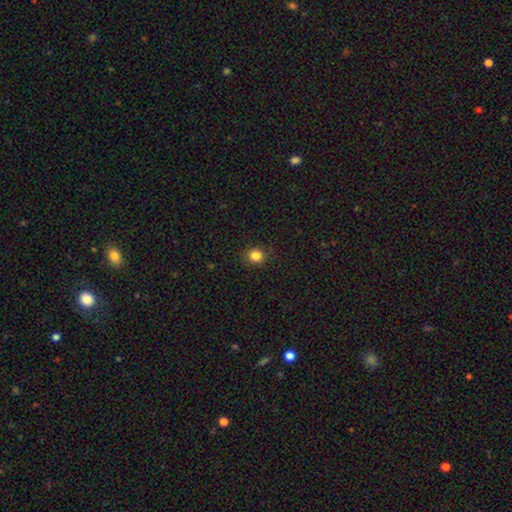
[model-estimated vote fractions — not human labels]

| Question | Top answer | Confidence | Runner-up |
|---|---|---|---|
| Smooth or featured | smooth | 84% | star or artifact (11%) |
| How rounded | round | 85% | in between (14%) |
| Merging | none | 89% | minor disturbance (8%) |